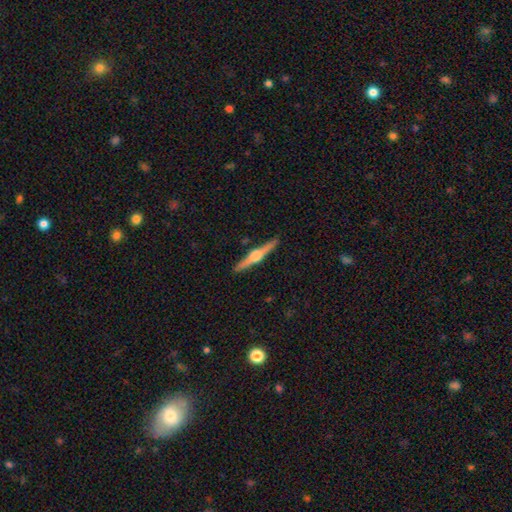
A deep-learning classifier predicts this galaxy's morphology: This appears to be a featured or disk galaxy (80%) viewed edge-on (98%) with a rounded central bulge (95%). Merging: none (92%).